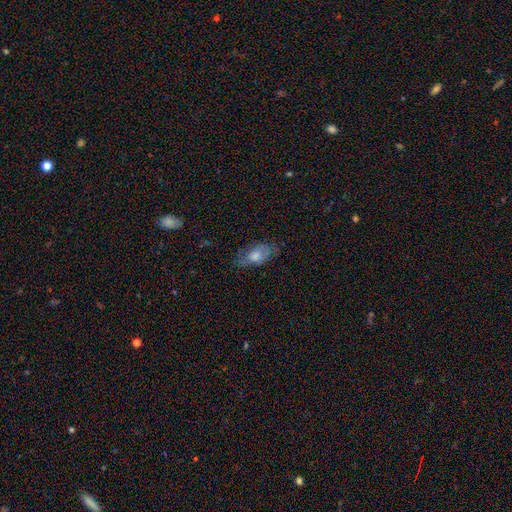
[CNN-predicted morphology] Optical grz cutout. It shows a smooth galaxy with no disk features (61%) that is in between round and cigar-shaped (88%). Merging: none (62%).